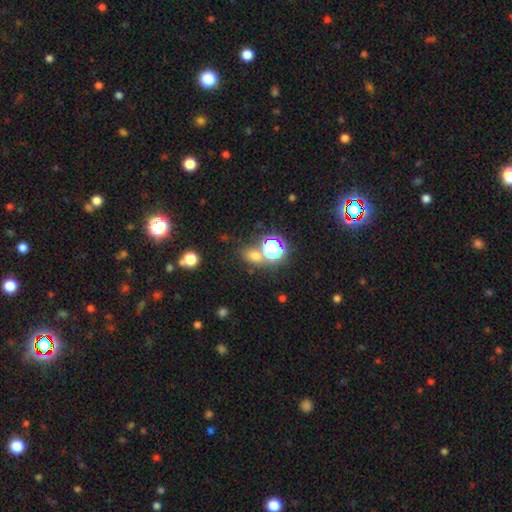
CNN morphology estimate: Smooth or featured? Predicted: smooth (p=0.64). How rounded? Predicted: round (p=0.51). Merging? Predicted: none (p=0.64).